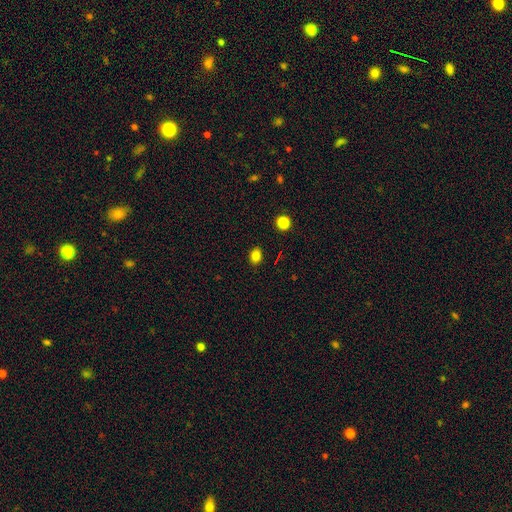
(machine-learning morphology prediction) smooth 82%, star or artifact 13%, featured or disk 5%. Down the decision tree: how rounded — in between (65%); merging — none (88%).